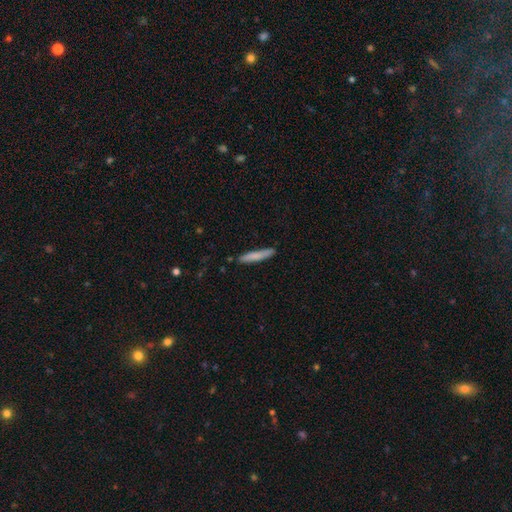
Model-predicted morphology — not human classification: smooth 79%, featured or disk 16%, star or artifact 6%. Down the decision tree: how rounded — cigar-shaped (93%); merging — none (86%).